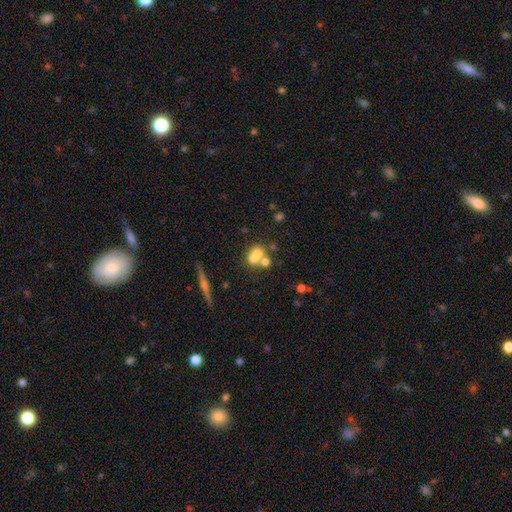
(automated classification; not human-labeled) Q: Smooth or featured?
A: smooth (61%); runner-up: featured or disk (25%)
Q: How rounded?
A: in between (49%); runner-up: round (48%)
Q: Merging?
A: merger (54%); runner-up: none (33%)